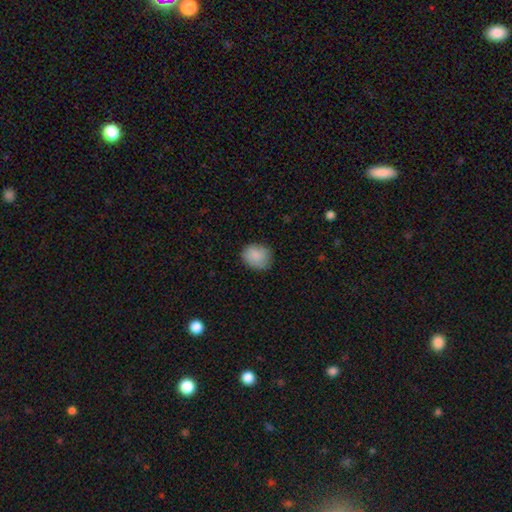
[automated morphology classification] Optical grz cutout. It shows a smooth galaxy with no disk features (86%) that is round (59%). Merging: none (78%).